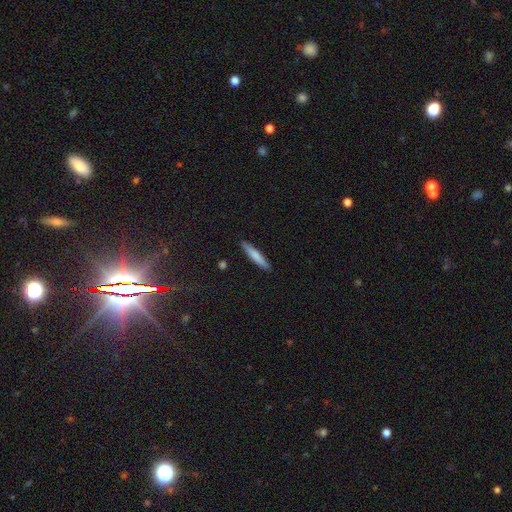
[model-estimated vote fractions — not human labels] Q: Smooth or featured?
A: smooth (74%); runner-up: featured or disk (21%)
Q: How rounded?
A: cigar-shaped (92%); runner-up: in between (6%)
Q: Merging?
A: none (91%); runner-up: minor disturbance (7%)